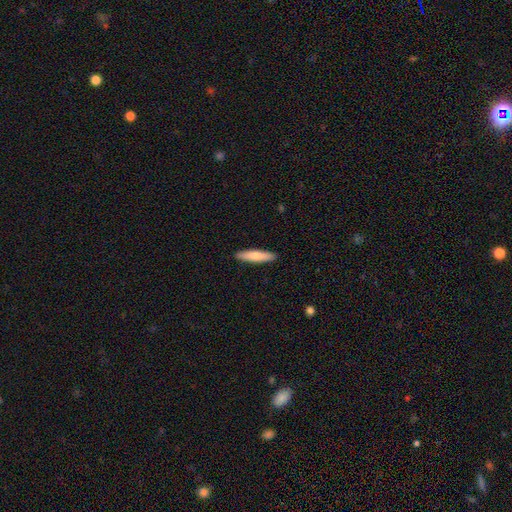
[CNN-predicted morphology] This is likely a smooth galaxy (74%). How rounded: clearly cigar-shaped (82%). Merging: clearly none (91%).